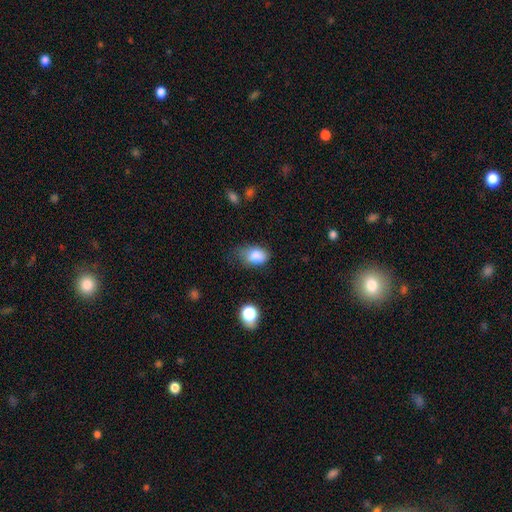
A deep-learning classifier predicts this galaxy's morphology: smooth-or-featured: smooth: 83% | star or artifact: 9% | featured or disk: 8%
  how-rounded: in between: 83% | round: 16% | cigar-shaped: 1%
  merging: none: 45% | minor disturbance: 38% | major disturbance: 15% | merger: 2%